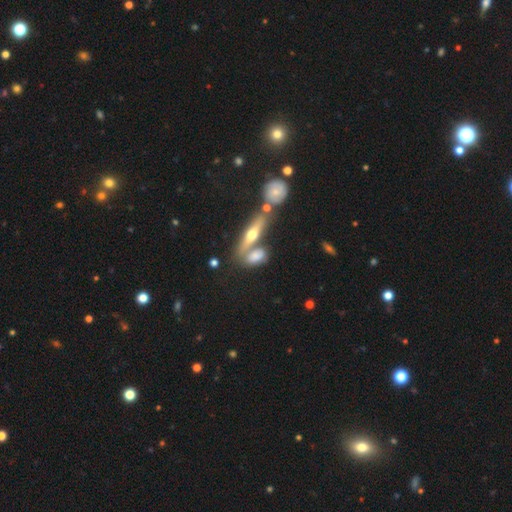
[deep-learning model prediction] Smooth or featured? Predicted: smooth (p=0.56). How rounded? Predicted: in between (p=0.60). Merging? Predicted: none (p=0.45).